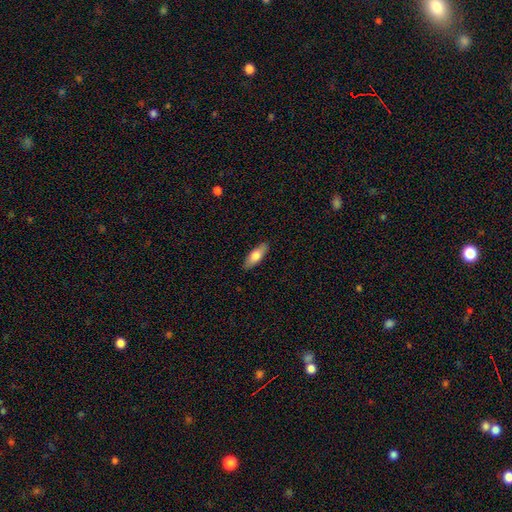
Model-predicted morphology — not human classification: A smooth galaxy with no disk features (72%) that is in between round and cigar-shaped (64%). Merging: none (89%).